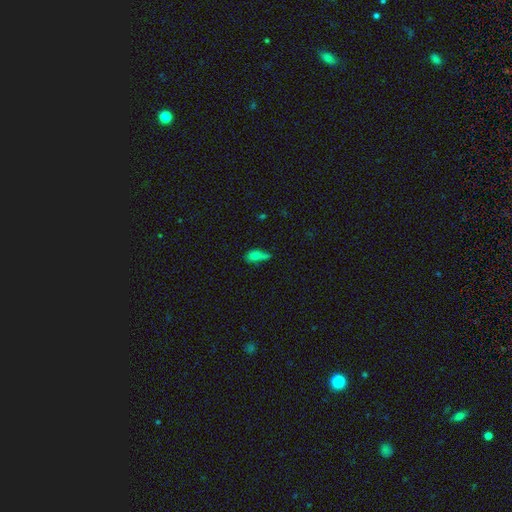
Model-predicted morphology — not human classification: smooth-or-featured: smooth: 69% | featured or disk: 17% | star or artifact: 13%
  how-rounded: in between: 75% | cigar-shaped: 14% | round: 11%
  merging: none: 38% | minor disturbance: 34% | major disturbance: 17% | merger: 11%